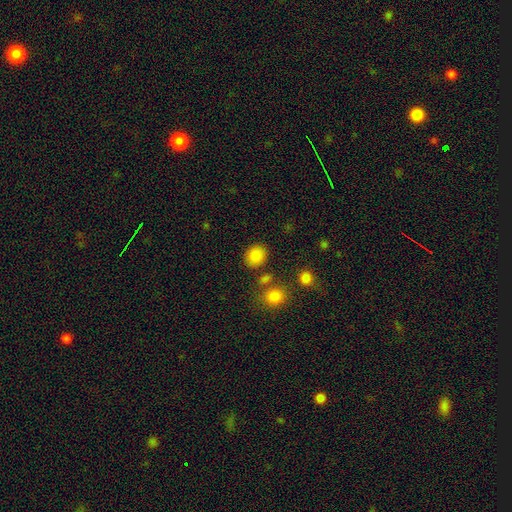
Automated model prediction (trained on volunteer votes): smooth-or-featured: smooth: 85% | star or artifact: 10% | featured or disk: 4%
  how-rounded: round: 68% | in between: 31% | cigar-shaped: 1%
  merging: none: 83% | minor disturbance: 9% | merger: 5% | major disturbance: 3%